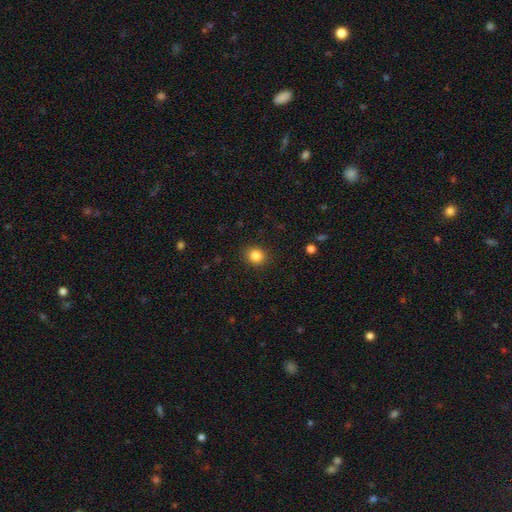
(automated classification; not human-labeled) Smooth or featured? Predicted: smooth (p=0.85). How rounded? Predicted: round (p=0.75). Merging? Predicted: none (p=0.90).